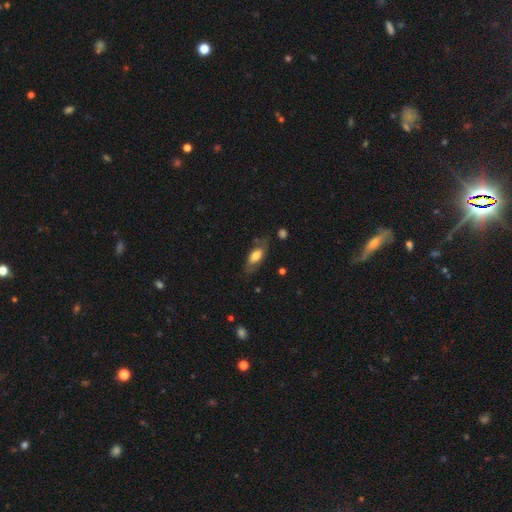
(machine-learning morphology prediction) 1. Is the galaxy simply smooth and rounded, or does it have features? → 60% smooth, 33% featured or disk, 7% star or artifact.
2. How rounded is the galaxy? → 82% in between, 14% cigar-shaped, 3% round.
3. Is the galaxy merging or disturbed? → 68% none, 21% minor disturbance, 9% major disturbance, 2% merger.